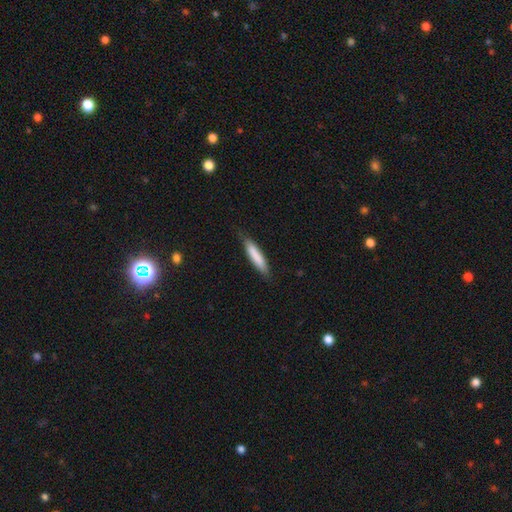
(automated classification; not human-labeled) Overall: smooth (80%). How rounded: cigar-shaped (86%). Merging: none (81%).